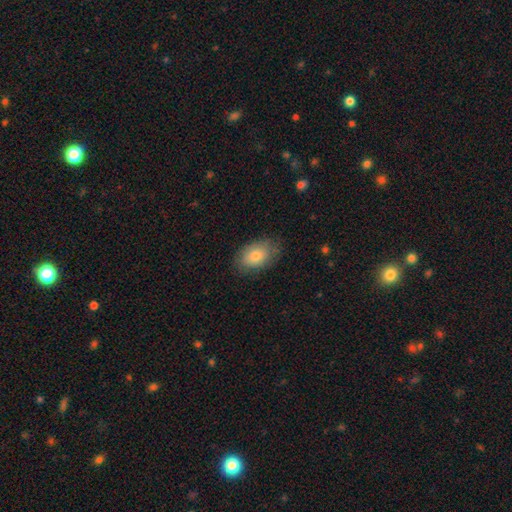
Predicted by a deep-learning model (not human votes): smooth_or_featured: smooth (p=0.78) [alt: featured or disk p=0.14]
how_rounded: in between (p=0.87) [alt: round p=0.12]
merging: none (p=0.78) [alt: minor disturbance p=0.17]